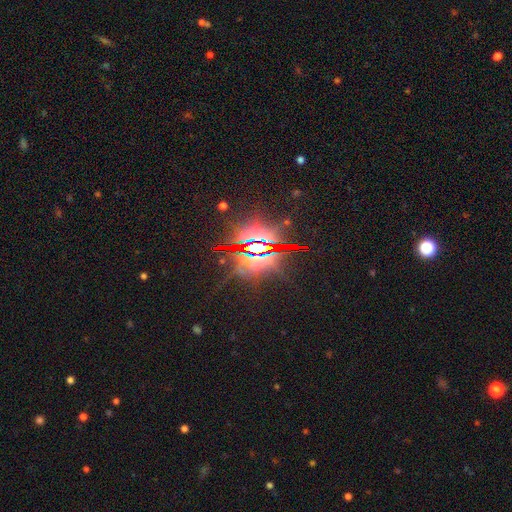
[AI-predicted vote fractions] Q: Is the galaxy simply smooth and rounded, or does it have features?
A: star or artifact — 78%.